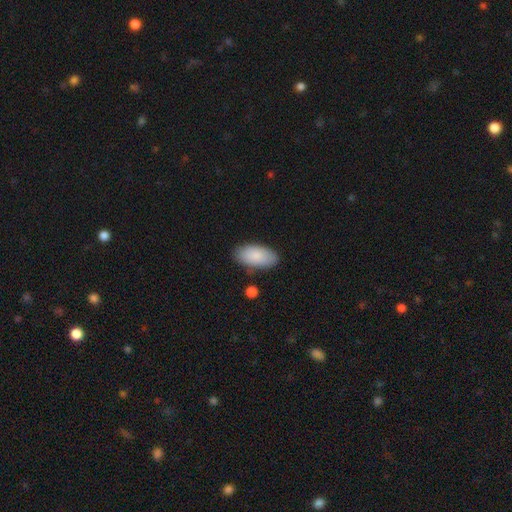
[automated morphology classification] Smooth or featured?
  - smooth: 86% *
  - featured or disk: 8%
  - star or artifact: 6%
How rounded?
  - in between: 94% *
  - cigar-shaped: 4%
  - round: 2%
Merging?
  - none: 82% *
  - minor disturbance: 13%
  - major disturbance: 3%
  - merger: 2%